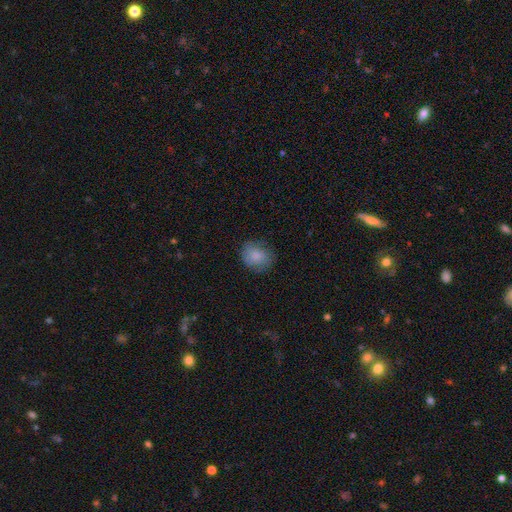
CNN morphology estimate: Smooth or featured? smooth (82%)
How rounded? round (68%)
Merging? none (74%)